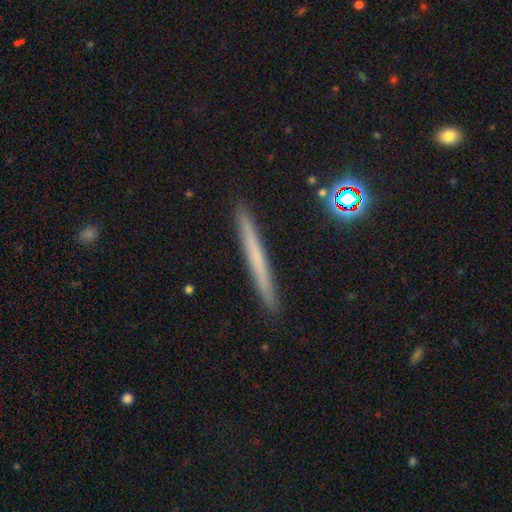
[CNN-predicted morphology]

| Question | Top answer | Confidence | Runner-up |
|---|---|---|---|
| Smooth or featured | smooth | 53% | featured or disk (39%) |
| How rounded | cigar-shaped | 97% | in between (2%) |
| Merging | none | 92% | minor disturbance (5%) |